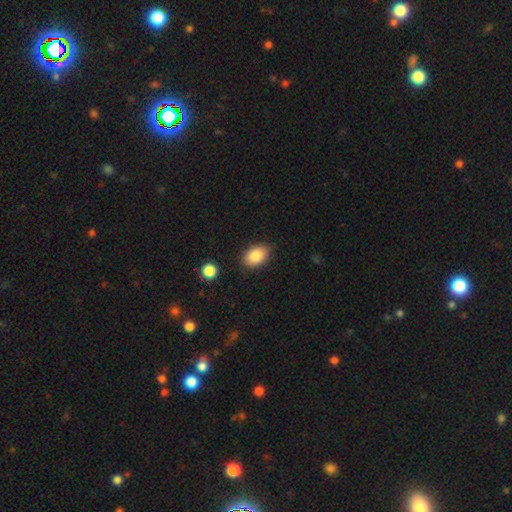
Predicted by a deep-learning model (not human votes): A smooth galaxy with no disk features (86%) that is in between round and cigar-shaped (87%). Merging: none (84%).